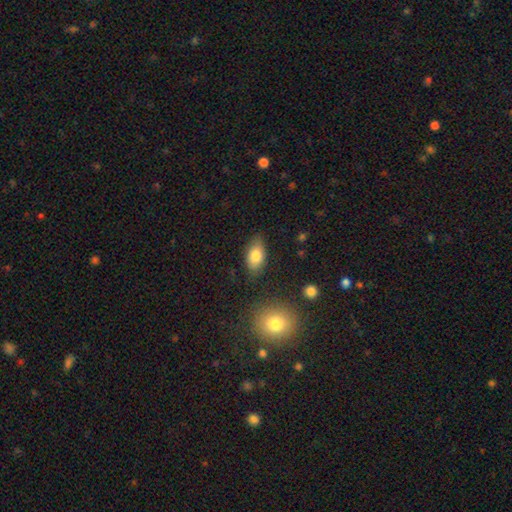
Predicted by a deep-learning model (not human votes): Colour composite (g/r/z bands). It shows a smooth galaxy with no disk features (81%) that is in between round and cigar-shaped (90%). Merging: none (79%).